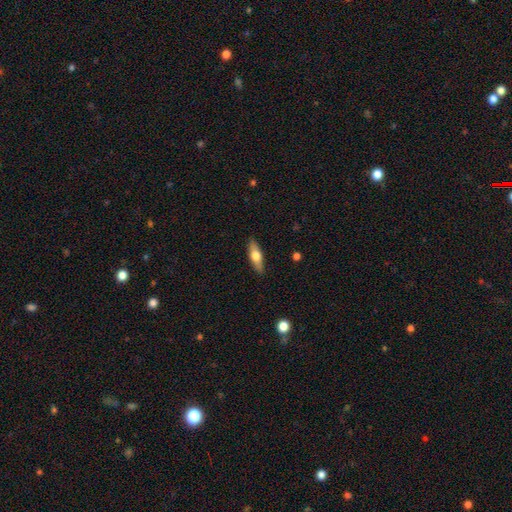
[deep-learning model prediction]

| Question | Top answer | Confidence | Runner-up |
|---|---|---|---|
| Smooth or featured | smooth | 59% | featured or disk (35%) |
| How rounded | in between | 50% | cigar-shaped (47%) |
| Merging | none | 88% | minor disturbance (9%) |